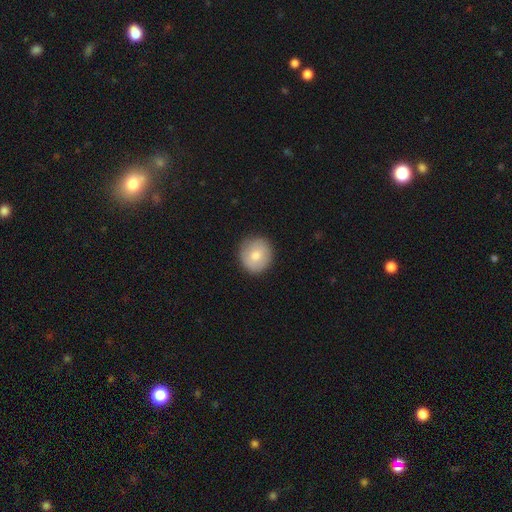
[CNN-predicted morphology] Smooth or featured: smooth — 78% (featured or disk — 16%)
How rounded: round — 89% (in between — 10%)
Merging: none — 86% (minor disturbance — 11%)